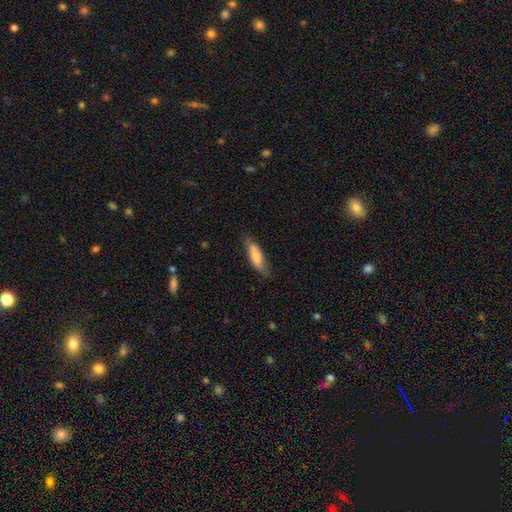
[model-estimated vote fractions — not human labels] Morphology: type=smooth (78%); roundness=cigar-shaped (55%); merging=none (75%).